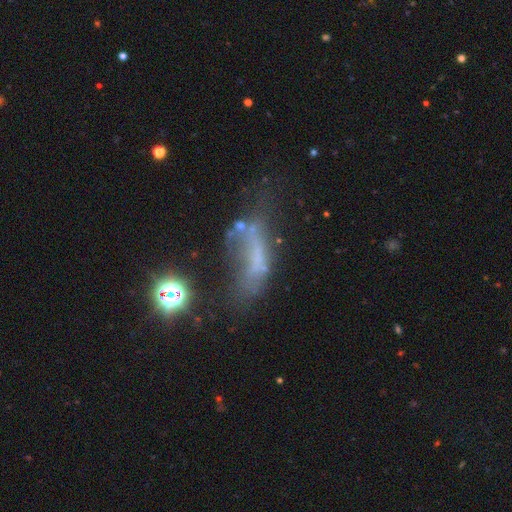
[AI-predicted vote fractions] smooth_or_featured: featured or disk (p=0.43) [alt: smooth p=0.33]
merging: major disturbance (p=0.38) [alt: none p=0.28]